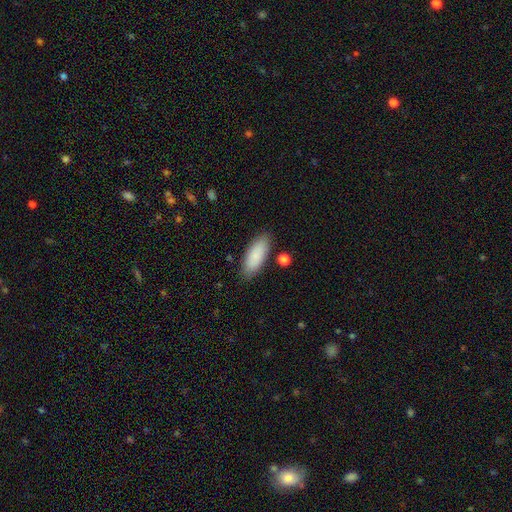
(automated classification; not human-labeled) A smooth galaxy with no disk features (87%) that is in between round and cigar-shaped (75%).

Vote fractions:
- Smooth or featured? smooth: 87% / featured or disk: 7% / star or artifact: 6%
- How rounded? in between: 75% / cigar-shaped: 24% / round: 2%
- Merging? none: 85% / minor disturbance: 10% / merger: 2% / major disturbance: 2%